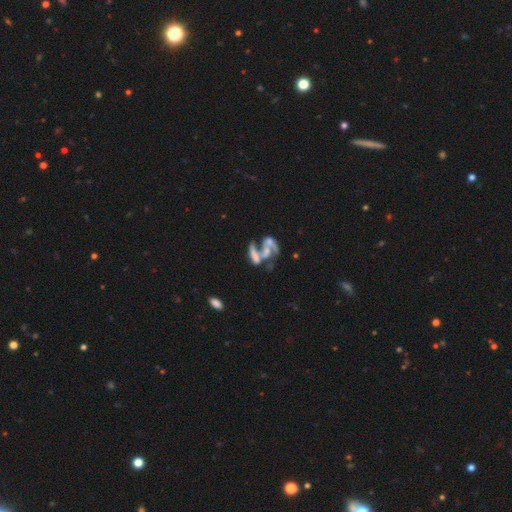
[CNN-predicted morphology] A featured or disk galaxy (61%) with no bar (72%), no spiral arms (56%) and no central bulge (48%). Merging: merger (61%).